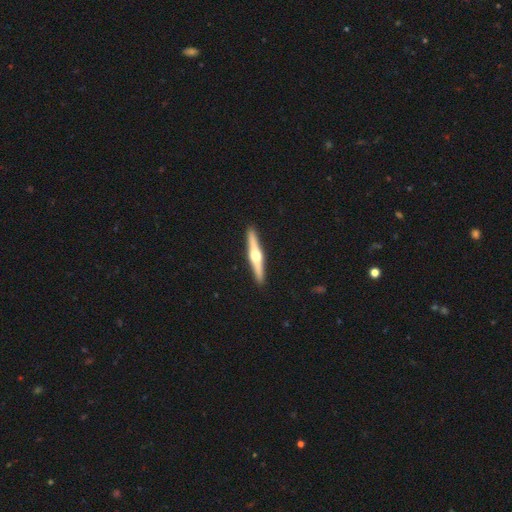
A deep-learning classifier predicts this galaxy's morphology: This appears to be a featured or disk galaxy (72%) viewed edge-on (98%) with a rounded central bulge (95%). Merging: none (93%).